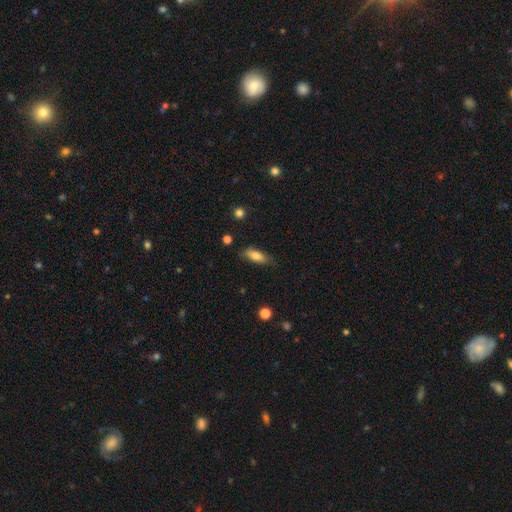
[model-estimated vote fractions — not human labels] Overall: smooth (78%). How rounded: in between (70%). Merging: none (76%).